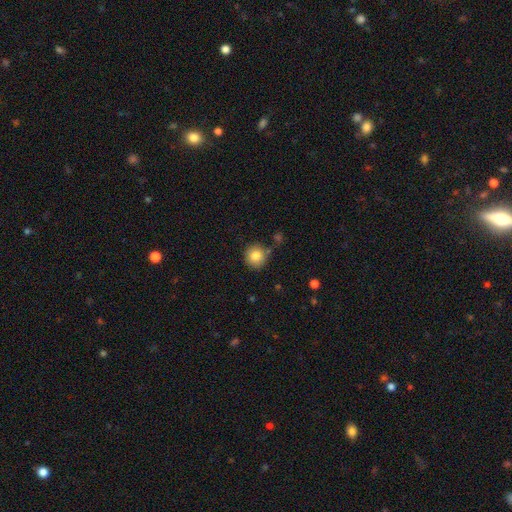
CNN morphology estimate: smooth 84%, star or artifact 9%, featured or disk 7%. Down the decision tree: how rounded — round (92%); merging — none (80%).